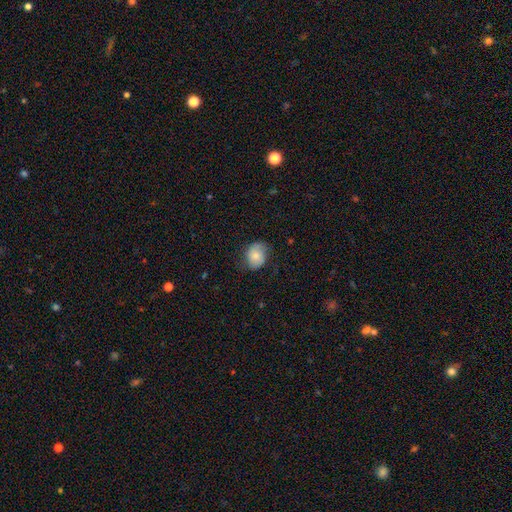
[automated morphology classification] Smooth or featured? Predicted: smooth (p=0.68). How rounded? Predicted: round (p=0.56). Merging? Predicted: none (p=0.65).